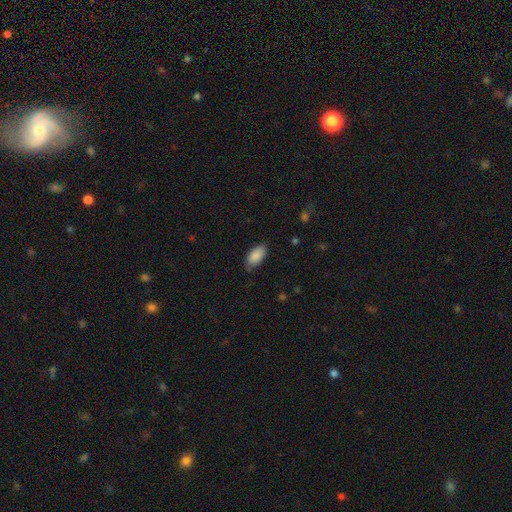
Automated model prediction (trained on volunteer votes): Q: Smooth or featured?
A: smooth (87%); runner-up: featured or disk (7%)
Q: How rounded?
A: in between (94%); runner-up: cigar-shaped (4%)
Q: Merging?
A: none (72%); runner-up: minor disturbance (23%)